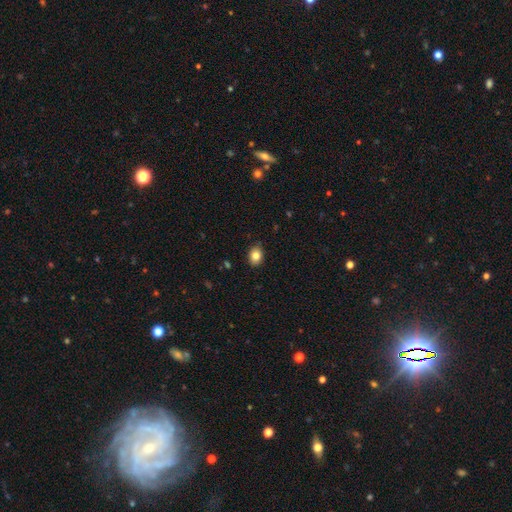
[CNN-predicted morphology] type=smooth (83%); roundness=in between (62%); merging=none (86%).